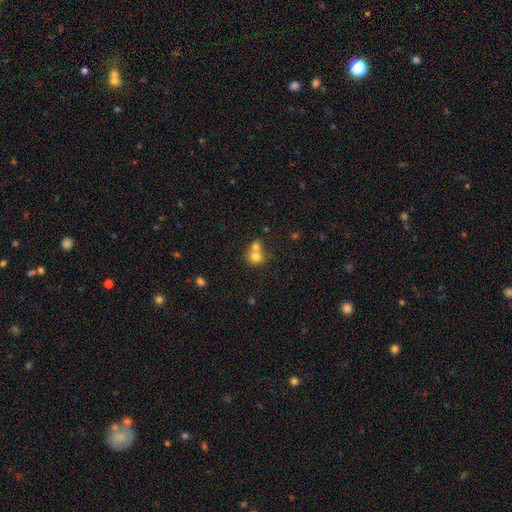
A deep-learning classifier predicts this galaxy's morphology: smooth 75%, featured or disk 14%, star or artifact 11%. Down the decision tree: how rounded — round (80%); merging — merger (59%).